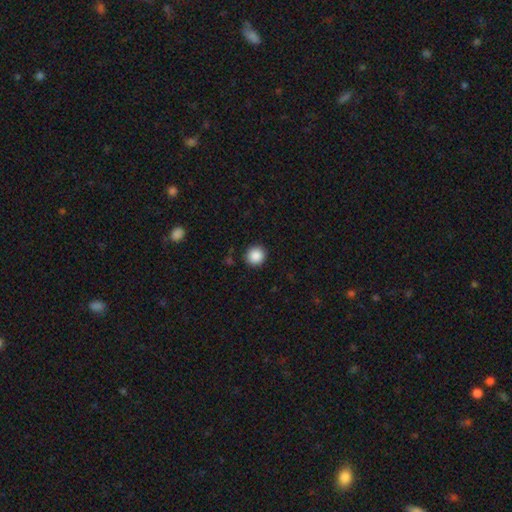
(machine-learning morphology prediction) type=smooth (88%); roundness=round (93%); merging=none (91%).